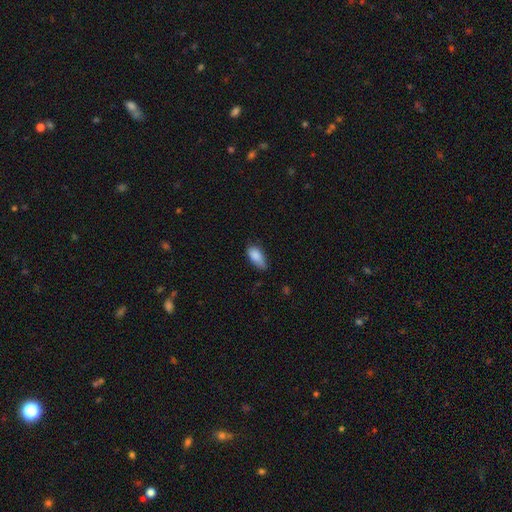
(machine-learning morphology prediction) type=smooth (86%); roundness=in between (89%); merging=none (55%).